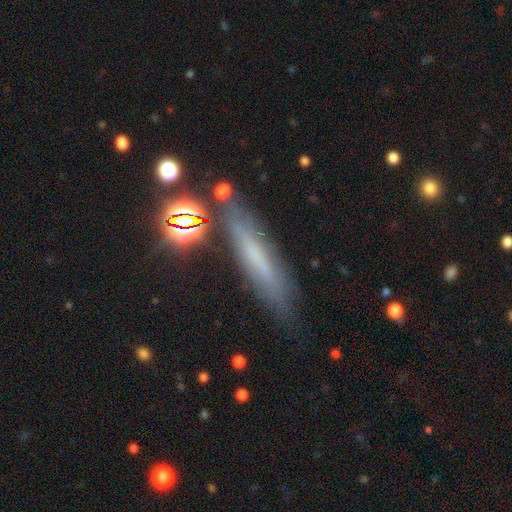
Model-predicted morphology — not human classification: Smooth or featured? Predicted: smooth (p=0.47). Merging? Predicted: none (p=0.75).